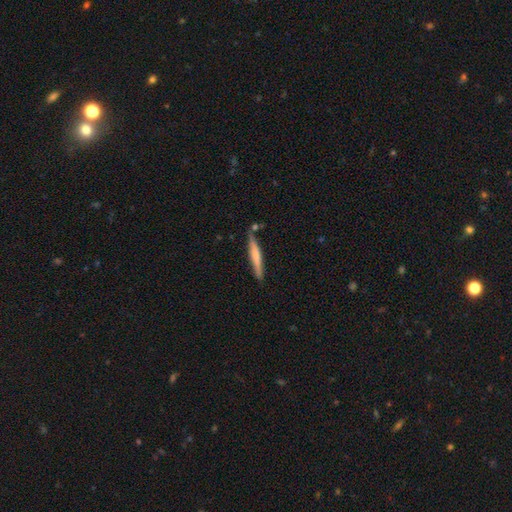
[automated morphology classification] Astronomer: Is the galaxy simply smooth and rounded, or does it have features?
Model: smooth — 56% (runner-up: featured or disk, 38%).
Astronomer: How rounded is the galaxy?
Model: cigar-shaped — 94%.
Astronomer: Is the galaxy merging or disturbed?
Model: none — 79%.